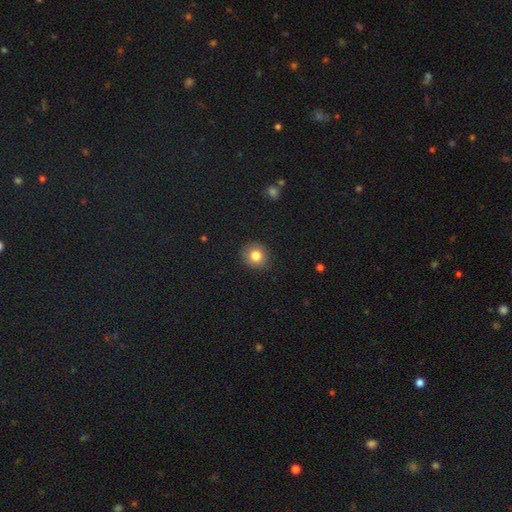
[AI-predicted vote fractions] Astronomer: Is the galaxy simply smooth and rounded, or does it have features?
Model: smooth — 80%.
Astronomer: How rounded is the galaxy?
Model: round — 83%.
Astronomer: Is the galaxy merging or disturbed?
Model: none — 88%.